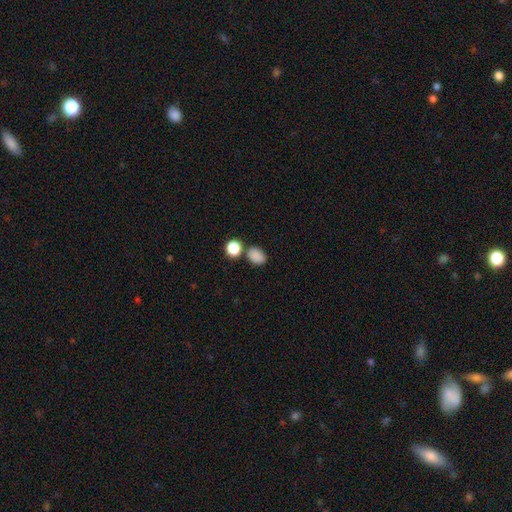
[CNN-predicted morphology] This appears to be a smooth galaxy with no disk features (86%) that is in between round and cigar-shaped (72%). Merging: none (72%).